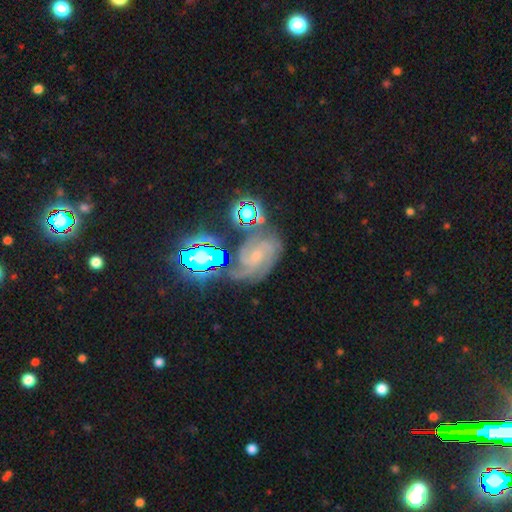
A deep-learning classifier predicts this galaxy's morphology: type=featured or disk (71%); edge-on=no (97%); bar=no (49%); spiral arms=yes (97%); winding=tight (51%); arm count=3 (32%); bulge=small (65%); merging=none (59%).